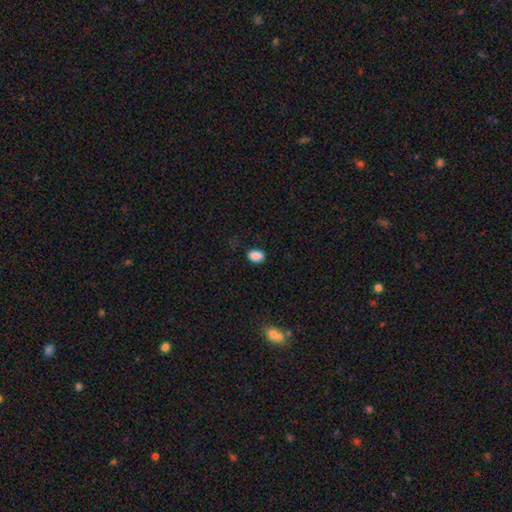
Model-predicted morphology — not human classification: Q: Smooth or featured?
A: smooth (87%); runner-up: star or artifact (9%)
Q: How rounded?
A: in between (77%); runner-up: round (22%)
Q: Merging?
A: none (80%); runner-up: minor disturbance (15%)